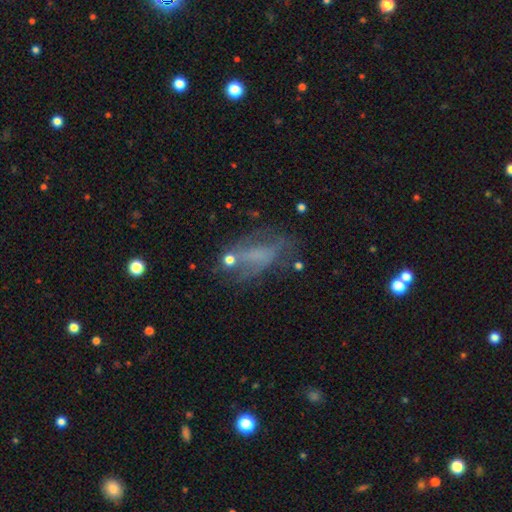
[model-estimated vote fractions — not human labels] A featured or disk galaxy (43%).

Vote fractions:
- Smooth or featured? featured or disk: 43% / smooth: 38% / star or artifact: 19%
- Merging? none: 47% / major disturbance: 23% / minor disturbance: 22% / merger: 8%